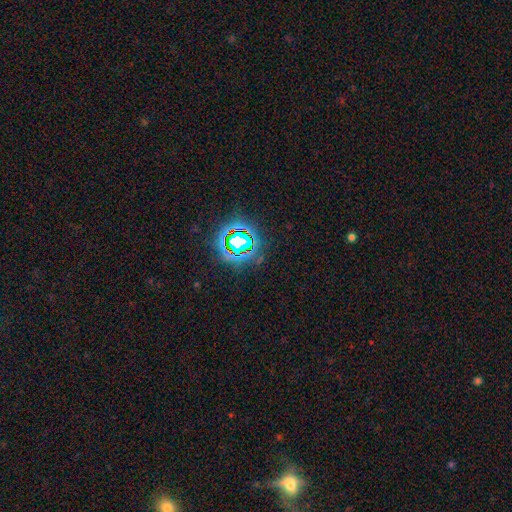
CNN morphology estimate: Overall: star or artifact (77%).